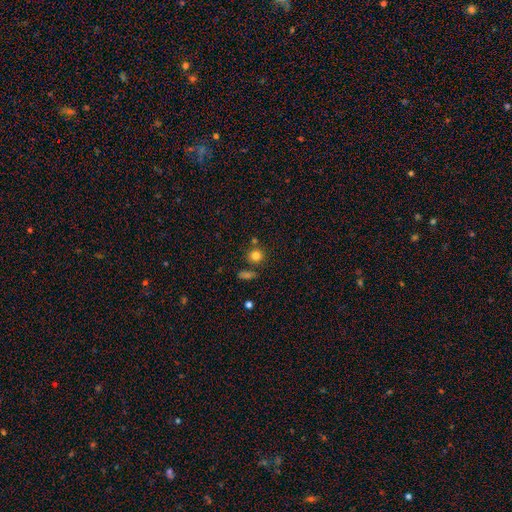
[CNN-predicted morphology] Smooth or featured?
  - smooth: 80% *
  - star or artifact: 12%
  - featured or disk: 7%
How rounded?
  - round: 88% *
  - in between: 11%
  - cigar-shaped: 1%
Merging?
  - none: 73% *
  - merger: 13%
  - minor disturbance: 10%
  - major disturbance: 4%